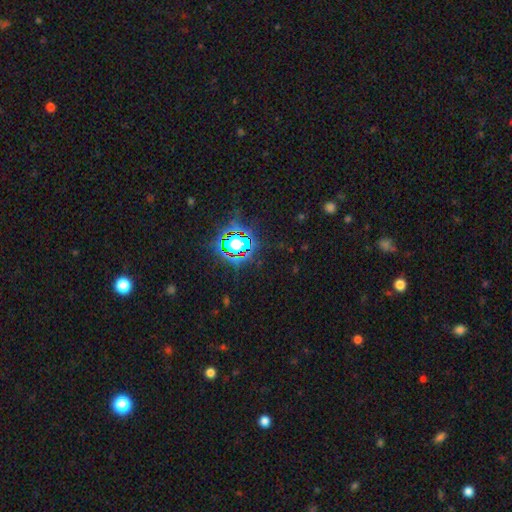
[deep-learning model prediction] smooth-or-featured: star or artifact: 78% | smooth: 14% | featured or disk: 8%